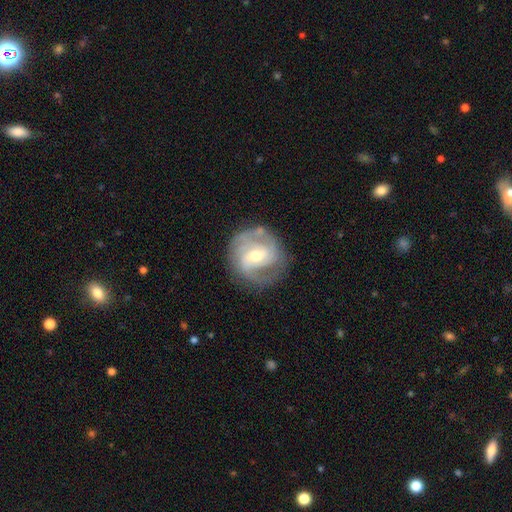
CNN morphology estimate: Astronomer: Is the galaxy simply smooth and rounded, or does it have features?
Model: featured or disk — 84%.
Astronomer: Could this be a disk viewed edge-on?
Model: no — 98%.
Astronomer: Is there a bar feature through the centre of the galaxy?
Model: weak — 49% (runner-up: no, 33%).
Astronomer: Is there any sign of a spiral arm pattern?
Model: yes — 94%.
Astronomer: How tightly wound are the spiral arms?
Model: tight — 48% (runner-up: medium, 41%).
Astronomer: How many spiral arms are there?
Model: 2 — 45% (runner-up: 3, 25%).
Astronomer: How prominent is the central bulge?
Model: moderate — 60%.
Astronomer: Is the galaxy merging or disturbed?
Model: none — 75%.